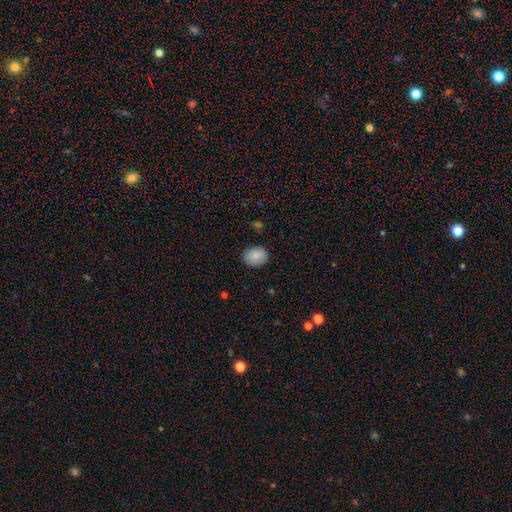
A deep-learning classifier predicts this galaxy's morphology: type=smooth (88%); roundness=in between (55%); merging=none (83%).